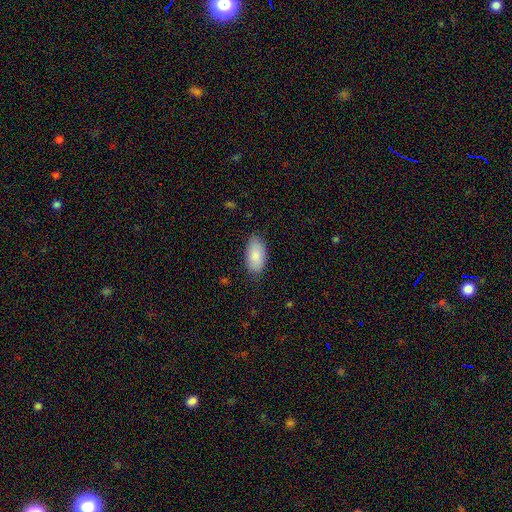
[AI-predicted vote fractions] smooth_or_featured: smooth (p=0.87) [alt: featured or disk p=0.07]
how_rounded: in between (p=0.95) [alt: cigar-shaped p=0.03]
merging: none (p=0.84) [alt: minor disturbance p=0.13]